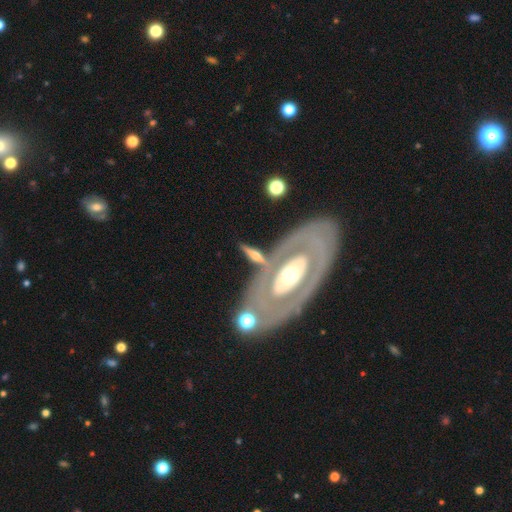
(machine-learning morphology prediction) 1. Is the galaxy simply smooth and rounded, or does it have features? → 61% featured or disk, 33% smooth, 5% star or artifact.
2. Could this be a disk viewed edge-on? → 51% no, 49% yes.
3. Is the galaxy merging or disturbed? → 62% none, 18% merger, 14% minor disturbance, 6% major disturbance.